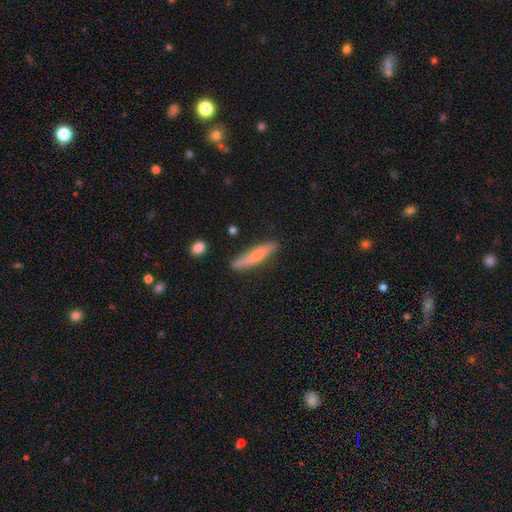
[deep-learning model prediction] This is likely a smooth galaxy (70%). How rounded: clearly cigar-shaped (91%). Merging: clearly none (81%).